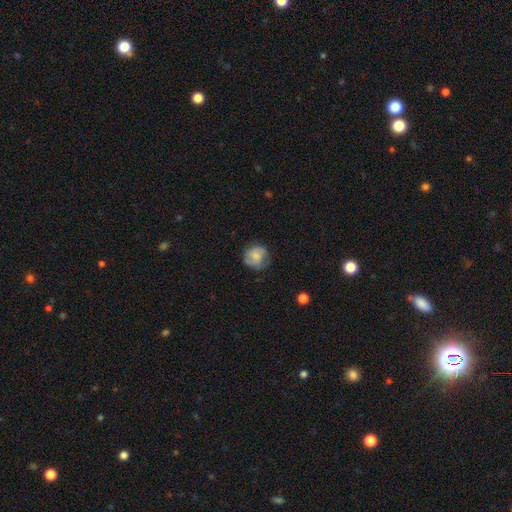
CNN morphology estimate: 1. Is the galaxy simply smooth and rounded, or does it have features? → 64% smooth, 28% featured or disk, 8% star or artifact.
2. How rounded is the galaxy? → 84% round, 15% in between, 1% cigar-shaped.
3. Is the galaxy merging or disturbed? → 67% none, 24% minor disturbance, 8% major disturbance, 1% merger.